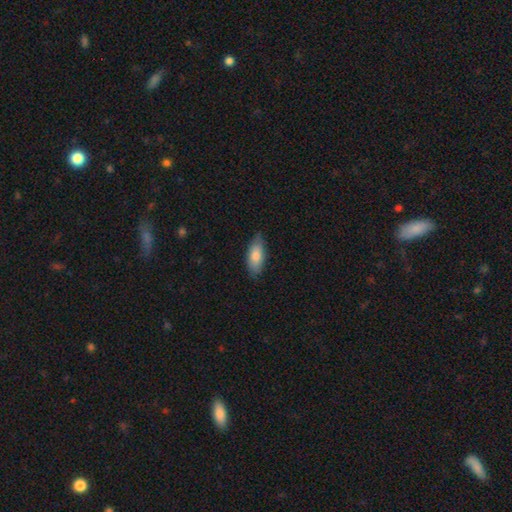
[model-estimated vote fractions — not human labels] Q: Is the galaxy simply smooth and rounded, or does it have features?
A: smooth — 81%.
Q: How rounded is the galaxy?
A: in between — 83%.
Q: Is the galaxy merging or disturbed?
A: none — 79%.